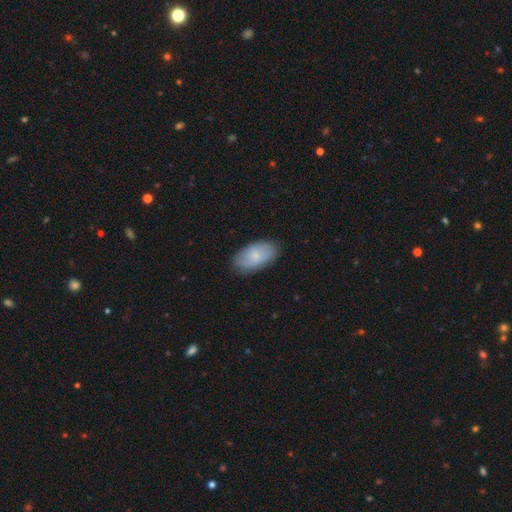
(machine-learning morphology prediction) Smooth or featured? Predicted: smooth (p=0.72). How rounded? Predicted: in between (p=0.94). Merging? Predicted: none (p=0.83).